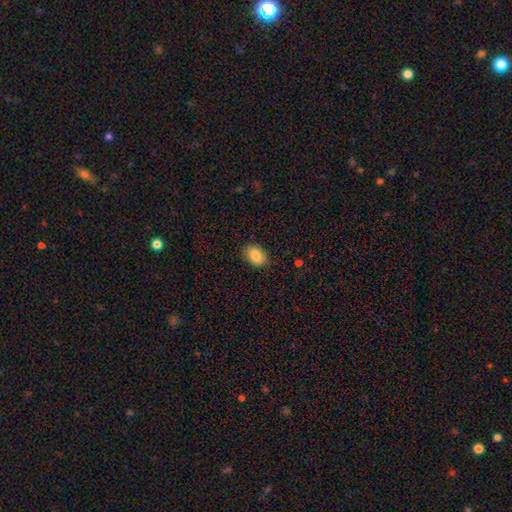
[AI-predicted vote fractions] smooth_or_featured: smooth (p=0.86) [alt: star or artifact p=0.08]
how_rounded: in between (p=0.79) [alt: round p=0.20]
merging: none (p=0.86) [alt: minor disturbance p=0.11]